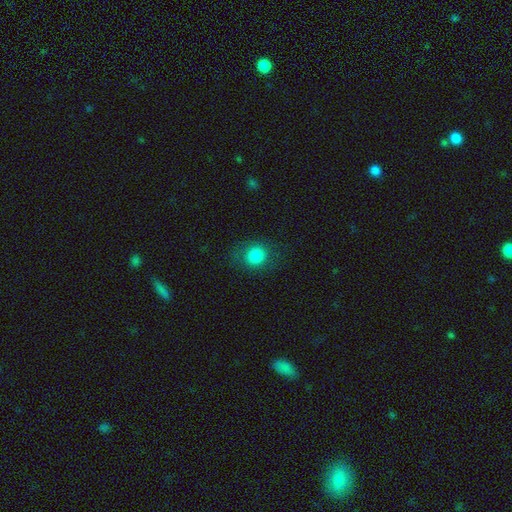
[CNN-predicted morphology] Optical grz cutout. It shows a smooth galaxy with no disk features (83%) that is round (78%). Merging: none (81%).